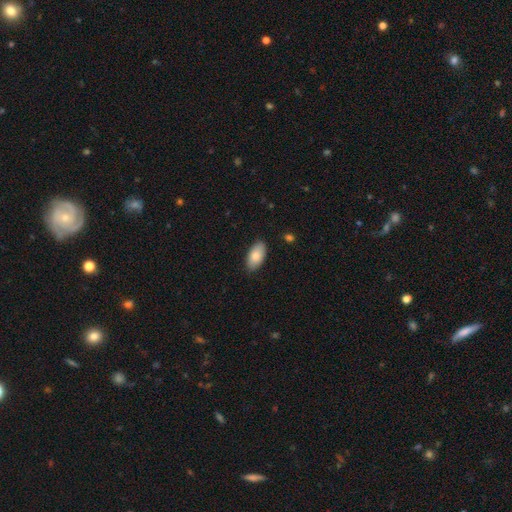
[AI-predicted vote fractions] The model was most divided on "smooth or featured": smooth: 80%, featured or disk: 13%, star or artifact: 6%. More confident: how rounded — in between (95%); merging — none (86%).